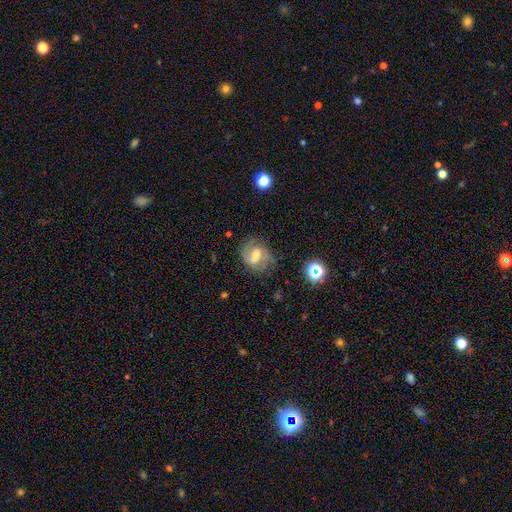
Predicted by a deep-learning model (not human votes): Smooth or featured?
  - featured or disk: 64% *
  - smooth: 26%
  - star or artifact: 10%
Edge-on disk?
  - no: 97% *
  - yes: 3%
Bar?
  - weak: 55% *
  - strong: 25%
  - no: 20%
Spiral arms?
  - yes: 86% *
  - no: 14%
Spiral winding?
  - medium: 48% *
  - tight: 27%
  - loose: 25%
Spiral arm count?
  - 2: 75% *
  - can't tell: 12%
  - 1: 8%
  - 3: 2%
  - 4: 1%
  - more than 4: 1%
Bulge size?
  - moderate: 58% *
  - small: 26%
  - large: 11%
  - none: 4%
  - dominant: 1%
Merging?
  - none: 67% *
  - minor disturbance: 21%
  - major disturbance: 10%
  - merger: 2%